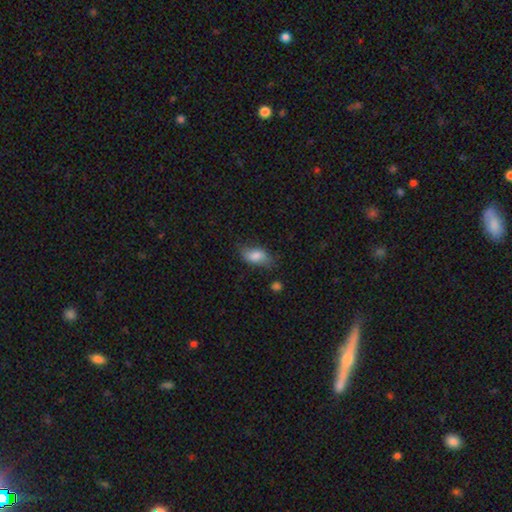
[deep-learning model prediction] Smooth or featured: smooth — 79% (featured or disk — 14%)
How rounded: in between — 89% (cigar-shaped — 6%)
Merging: none — 65% (minor disturbance — 26%)